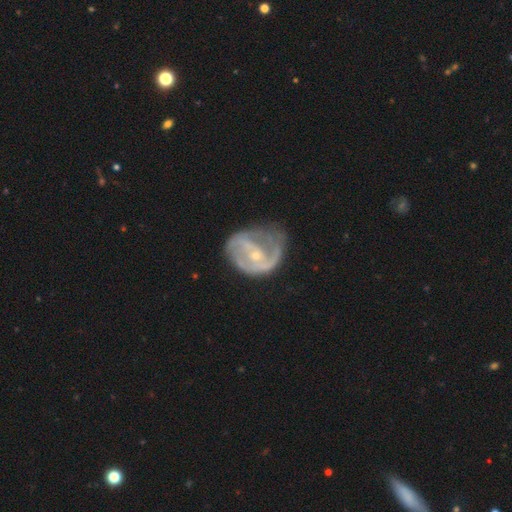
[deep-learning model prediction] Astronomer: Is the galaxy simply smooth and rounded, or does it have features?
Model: featured or disk — 79%.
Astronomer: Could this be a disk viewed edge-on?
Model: no — 97%.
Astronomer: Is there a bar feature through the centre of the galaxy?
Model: no — 48% (runner-up: weak, 37%).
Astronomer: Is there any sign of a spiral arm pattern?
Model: yes — 80%.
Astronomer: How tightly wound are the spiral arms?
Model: medium — 41% (runner-up: tight, 34%).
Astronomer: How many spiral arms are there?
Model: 2 — 46% (runner-up: can't tell, 25%).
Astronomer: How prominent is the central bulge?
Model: small — 72%.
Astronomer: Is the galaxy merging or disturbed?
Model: none — 36% (runner-up: major disturbance, 32%).